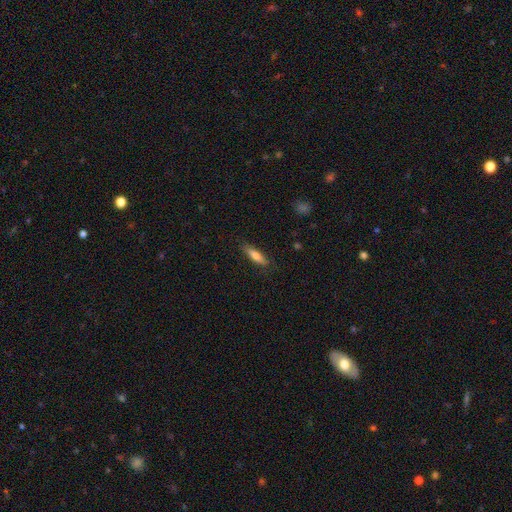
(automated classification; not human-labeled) This appears to be a smooth galaxy with no disk features (70%) that is cigar-shaped (72%). Merging: none (84%).